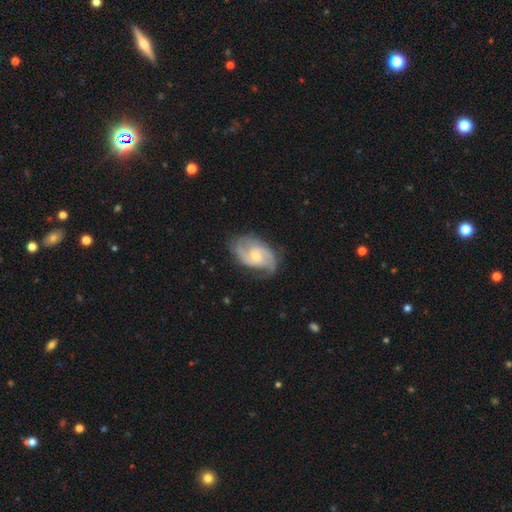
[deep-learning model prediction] This appears to be a featured or disk galaxy (87%) with no bar (56%), 2 (73%) medium (52%) spiral arms (97%) and a small central bulge (60%). Merging: none (72%).